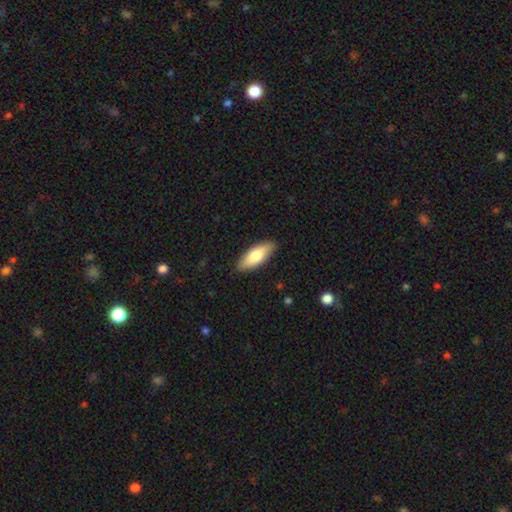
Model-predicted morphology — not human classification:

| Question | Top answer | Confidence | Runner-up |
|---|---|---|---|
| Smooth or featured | smooth | 74% | featured or disk (21%) |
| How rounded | in between | 70% | cigar-shaped (28%) |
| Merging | none | 88% | minor disturbance (9%) |